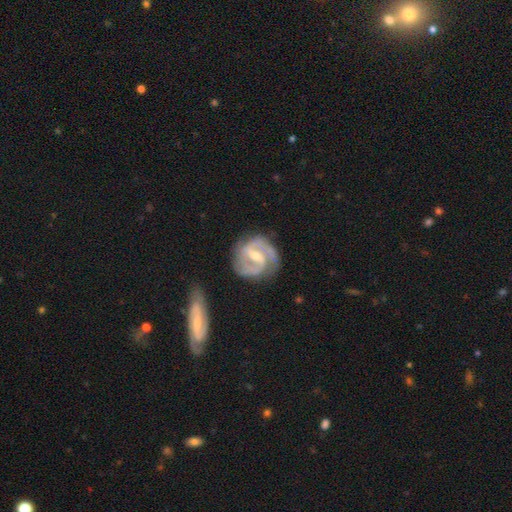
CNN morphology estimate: This appears to be a featured or disk galaxy (89%) with a weak bar (47%), 2 (74%) medium (48%) spiral arms (97%) and a moderate central bulge (52%). Merging: none (72%).